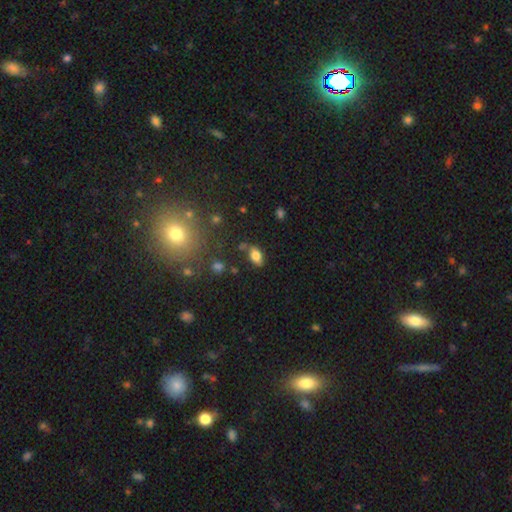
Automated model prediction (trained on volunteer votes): Q: Smooth or featured?
A: smooth (79%); runner-up: featured or disk (11%)
Q: How rounded?
A: in between (89%); runner-up: round (7%)
Q: Merging?
A: none (76%); runner-up: minor disturbance (14%)